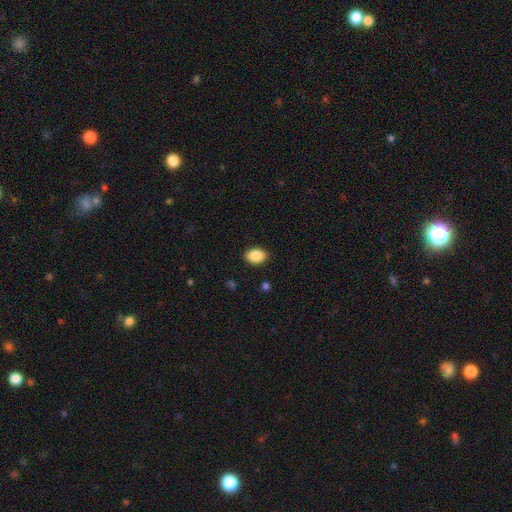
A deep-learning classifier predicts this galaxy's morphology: Overall: smooth (88%). How rounded: in between (80%). Merging: none (89%).